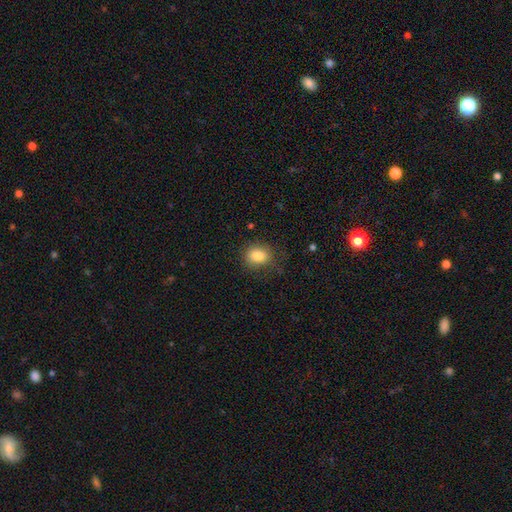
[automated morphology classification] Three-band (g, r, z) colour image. It shows a smooth galaxy with no disk features (85%) that is in between round and cigar-shaped (53%). Merging: none (77%).